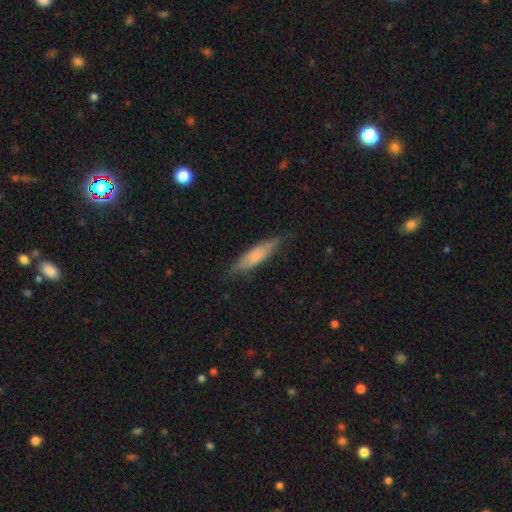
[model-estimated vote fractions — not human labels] smooth-or-featured: smooth: 65% | featured or disk: 28% | star or artifact: 7%
  how-rounded: cigar-shaped: 76% | in between: 22% | round: 2%
  merging: none: 79% | minor disturbance: 16% | major disturbance: 3% | merger: 1%